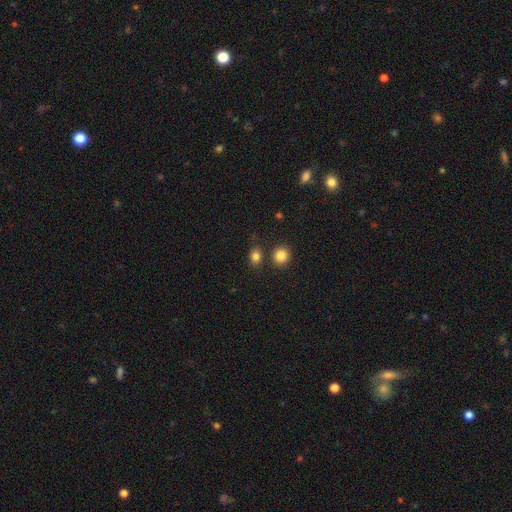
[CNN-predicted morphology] smooth_or_featured: smooth (p=0.83) [alt: star or artifact p=0.12]
how_rounded: round (p=0.50) [alt: in between p=0.48]
merging: none (p=0.74) [alt: merger p=0.12]